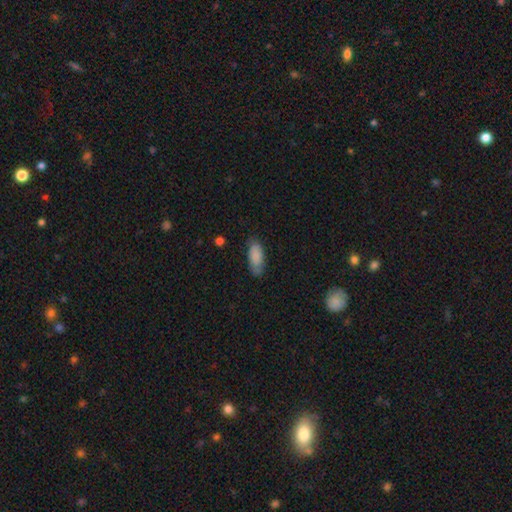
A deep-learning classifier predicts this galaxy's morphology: Overall: smooth (83%). How rounded: in between (85%). Merging: none (70%).